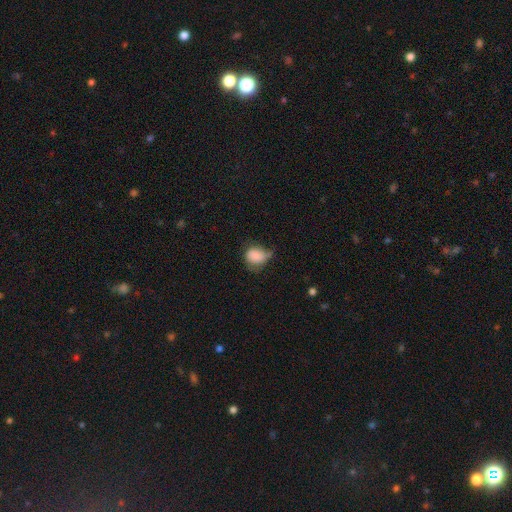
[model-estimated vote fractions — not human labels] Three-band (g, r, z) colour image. It shows a smooth galaxy with no disk features (80%) that is round (54%). Merging: minor disturbance (42%).